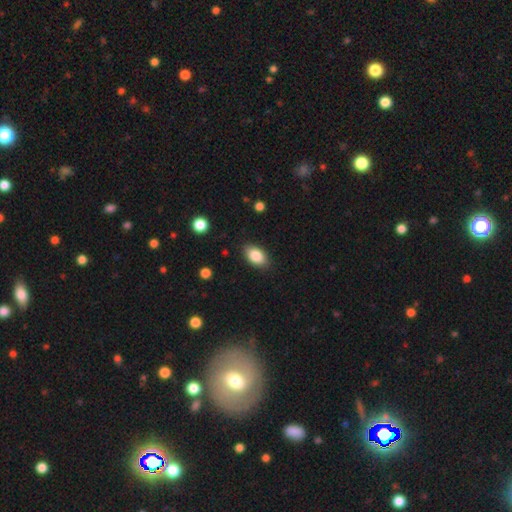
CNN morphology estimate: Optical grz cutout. It shows a smooth galaxy with no disk features (86%) that is in between round and cigar-shaped (91%). Merging: none (87%).